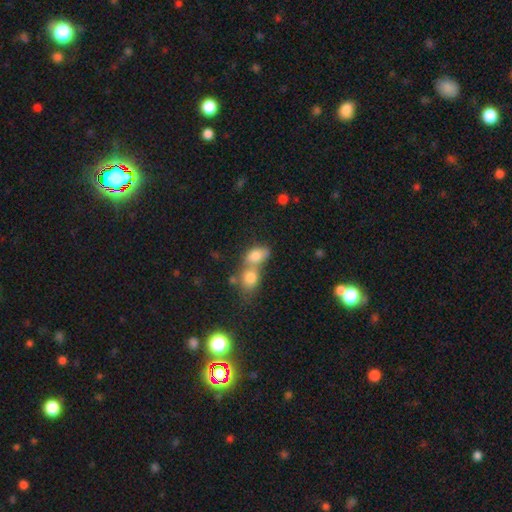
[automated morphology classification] Overall: smooth (79%). How rounded: in between (81%). Merging: merger (63%; none 24%).